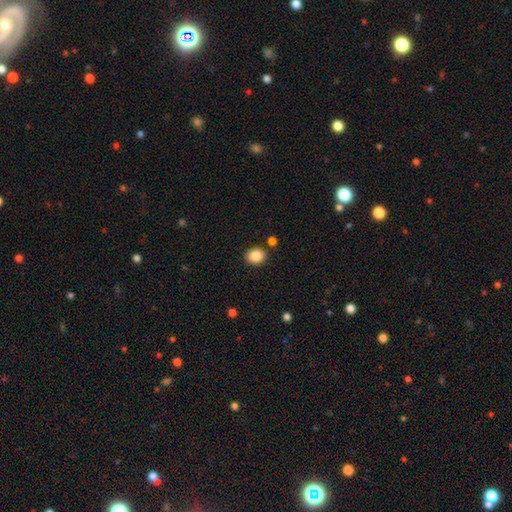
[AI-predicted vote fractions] smooth 87%, star or artifact 9%, featured or disk 5%. Down the decision tree: how rounded — round (50%); merging — none (85%).